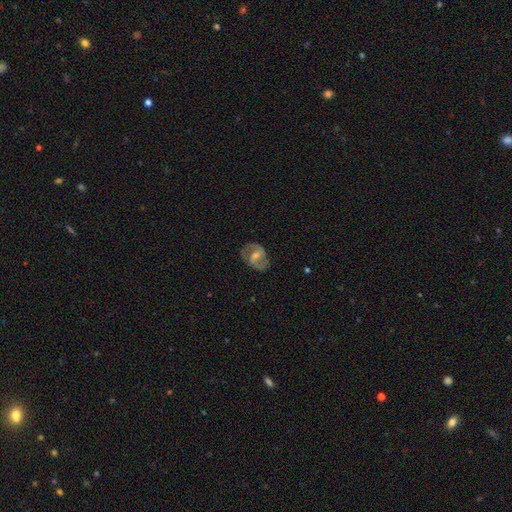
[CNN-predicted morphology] type=featured or disk (81%); edge-on=no (97%); bar=weak (50%); spiral arms=yes (92%); winding=medium (54%); arm count=2 (90%); bulge=moderate (49%); merging=none (80%).